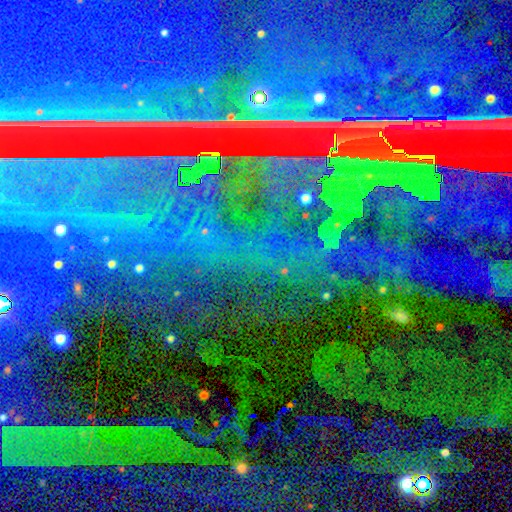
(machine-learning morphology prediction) A star or artifact, not a galaxy (76%).